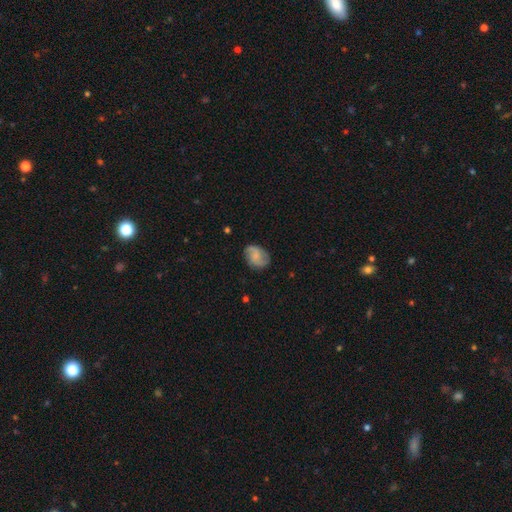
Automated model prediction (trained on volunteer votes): featured or disk 55%, smooth 37%, star or artifact 8%. Down the decision tree: edge-on disk — no (97%); bar — no (59%); spiral arms — yes (92%); bulge size — none (42%); merging — none (76%).